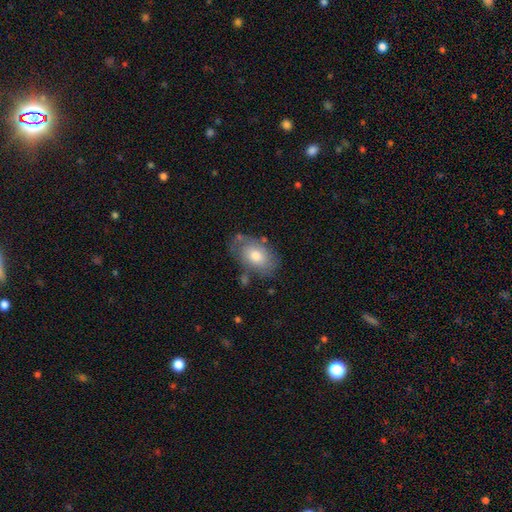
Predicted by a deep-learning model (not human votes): smooth_or_featured: smooth (p=0.64) [alt: featured or disk p=0.28]
how_rounded: in between (p=0.87) [alt: round p=0.12]
merging: none (p=0.65) [alt: minor disturbance p=0.23]